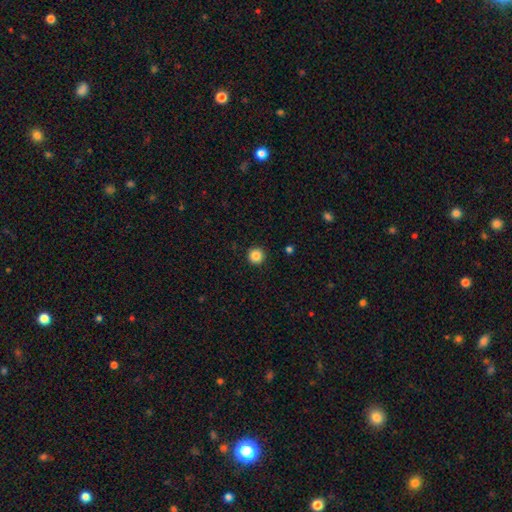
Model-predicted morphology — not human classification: This appears to be a smooth galaxy with no disk features (86%) that is round (96%). Merging: none (93%).